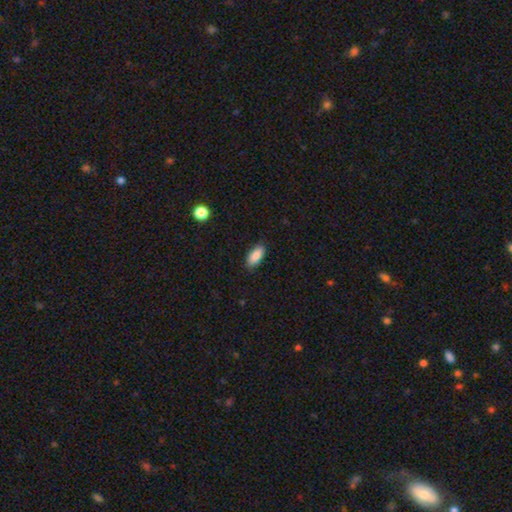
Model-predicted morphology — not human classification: This appears to be a smooth galaxy with no disk features (87%) that is in between round and cigar-shaped (89%). Merging: none (86%).